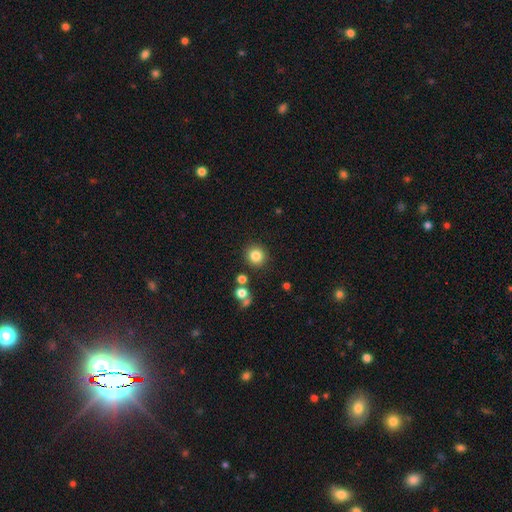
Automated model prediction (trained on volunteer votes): Smooth or featured?
  - smooth: 83% *
  - star or artifact: 11%
  - featured or disk: 6%
How rounded?
  - round: 91% *
  - in between: 8%
  - cigar-shaped: 1%
Merging?
  - none: 86% *
  - minor disturbance: 7%
  - merger: 4%
  - major disturbance: 3%